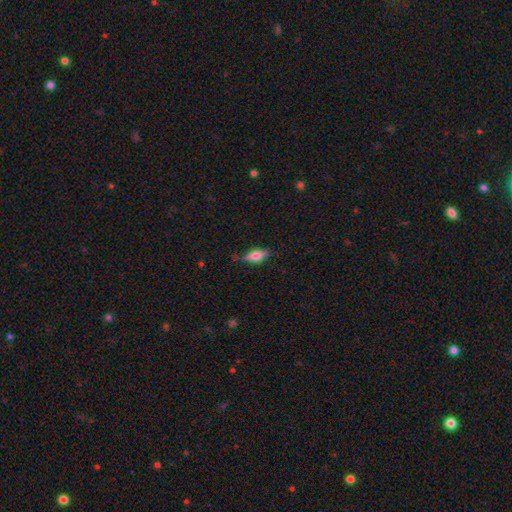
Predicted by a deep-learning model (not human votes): Smooth or featured: featured or disk — 47% (smooth — 45%)
Merging: none — 75% (minor disturbance — 18%)